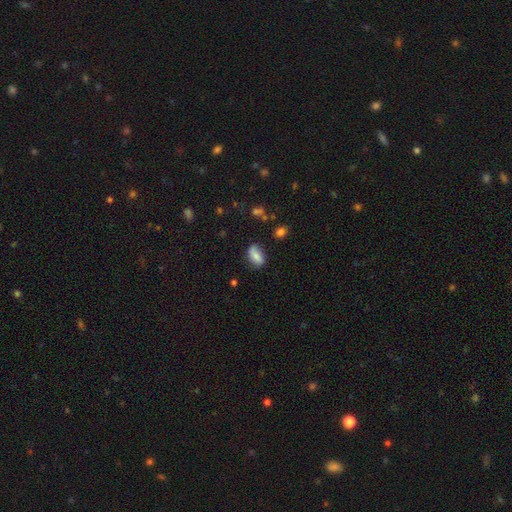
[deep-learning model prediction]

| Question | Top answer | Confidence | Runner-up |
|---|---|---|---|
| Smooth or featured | smooth | 69% | featured or disk (22%) |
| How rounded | in between | 86% | round (10%) |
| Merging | none | 62% | minor disturbance (26%) |